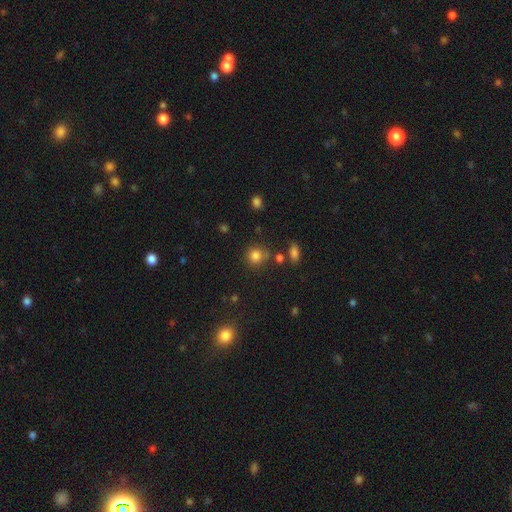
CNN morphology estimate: Q: Smooth or featured?
A: smooth (82%); runner-up: star or artifact (12%)
Q: How rounded?
A: round (87%); runner-up: in between (12%)
Q: Merging?
A: none (74%); runner-up: minor disturbance (13%)